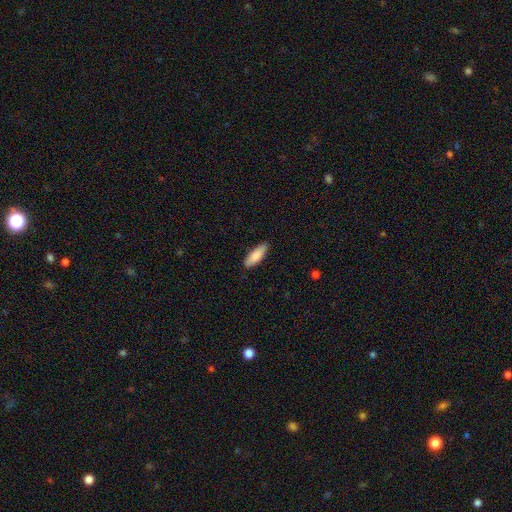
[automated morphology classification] smooth 85%, featured or disk 10%, star or artifact 5%. Down the decision tree: how rounded — in between (56%); merging — none (87%).